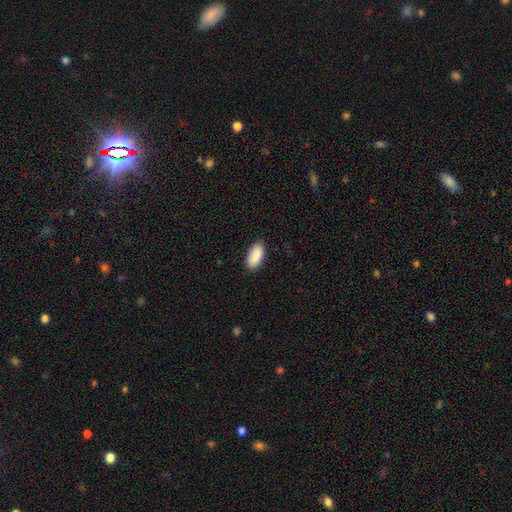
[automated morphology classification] type=smooth (89%); roundness=in between (91%); merging=none (84%).